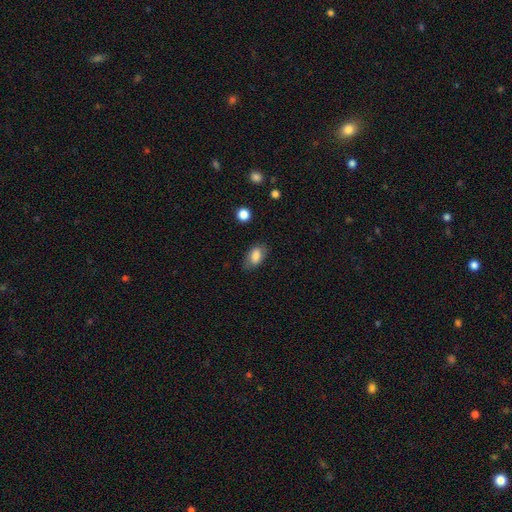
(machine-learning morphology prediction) A smooth galaxy with no disk features (83%) that is in between round and cigar-shaped (90%). Merging: none (78%).